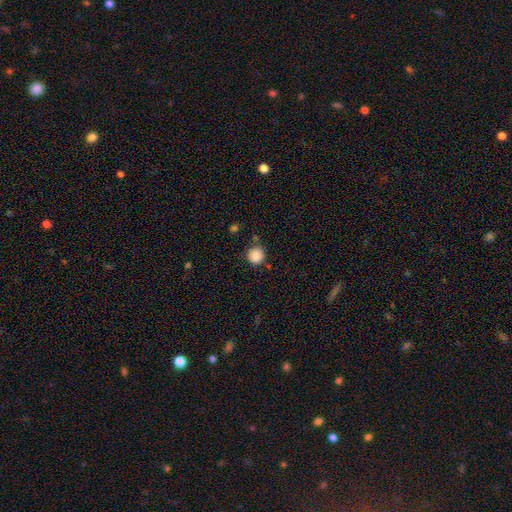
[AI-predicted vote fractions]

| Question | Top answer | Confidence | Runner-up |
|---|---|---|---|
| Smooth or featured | smooth | 87% | star or artifact (10%) |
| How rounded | round | 94% | in between (5%) |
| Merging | none | 81% | minor disturbance (11%) |